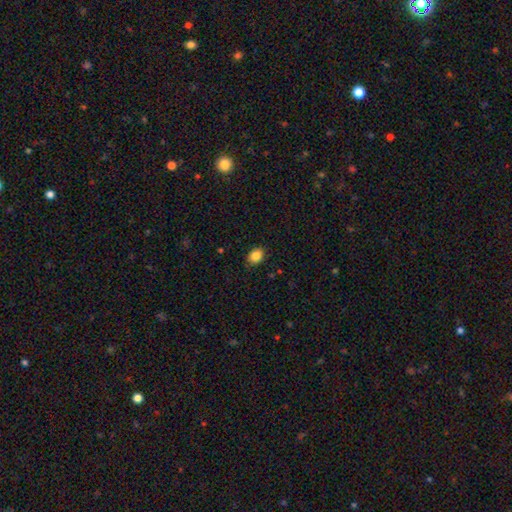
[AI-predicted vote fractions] Smooth or featured?
  - smooth: 85% *
  - star or artifact: 9%
  - featured or disk: 6%
How rounded?
  - in between: 66% *
  - round: 33%
  - cigar-shaped: 1%
Merging?
  - none: 84% *
  - minor disturbance: 13%
  - major disturbance: 2%
  - merger: 1%